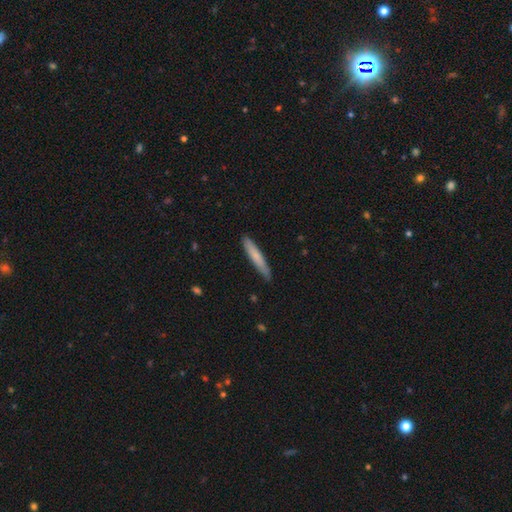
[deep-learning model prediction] This appears to be a smooth galaxy with no disk features (72%) that is cigar-shaped (94%). Merging: none (86%).